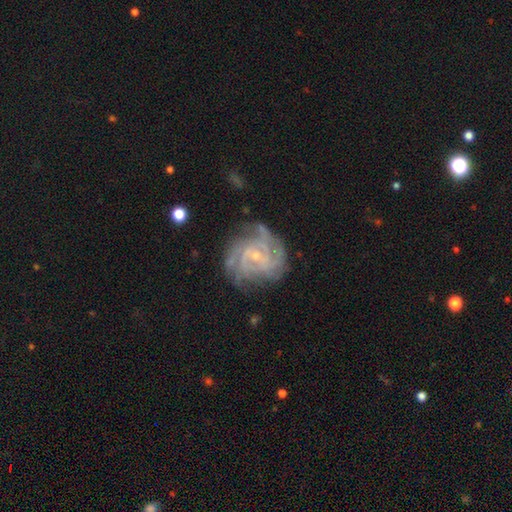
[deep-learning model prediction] The model was most divided on "spiral arm count": 3: 25%, can't tell: 24%, 2: 20%, 4: 17%, more than 4: 7%, 1: 6%. More confident: edge-on disk — no (98%); spiral arms — yes (97%); smooth or featured — featured or disk (88%); bulge size — small (76%); merging — none (70%); spiral winding — tight (64%); bar — no (55%).